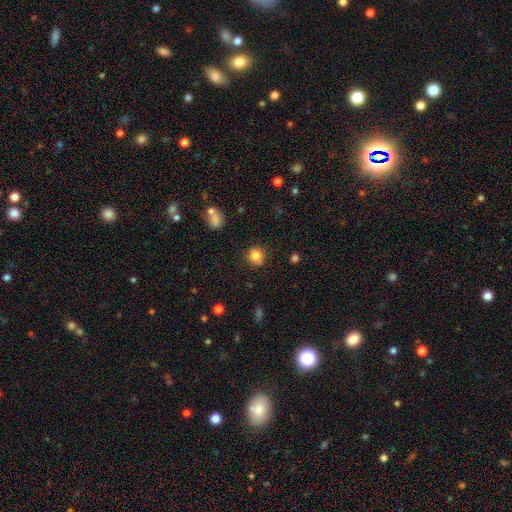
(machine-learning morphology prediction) smooth 82%, star or artifact 11%, featured or disk 7%. Down the decision tree: how rounded — round (78%); merging — none (79%).